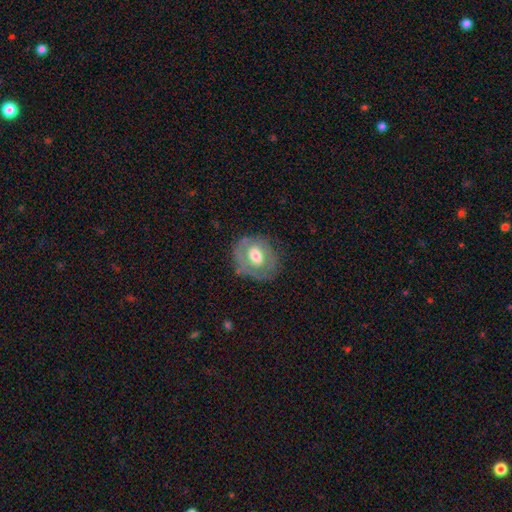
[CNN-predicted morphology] This appears to be a featured or disk galaxy (48%). Merging: none (68%).